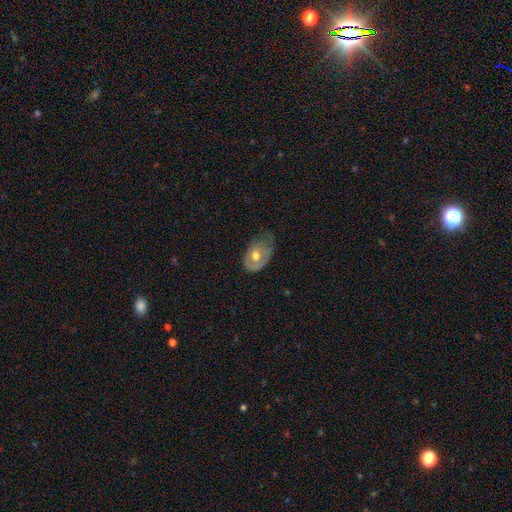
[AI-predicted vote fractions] Smooth or featured: smooth — 53% (featured or disk — 40%)
How rounded: in between — 82% (round — 16%)
Merging: minor disturbance — 41% (none — 33%)